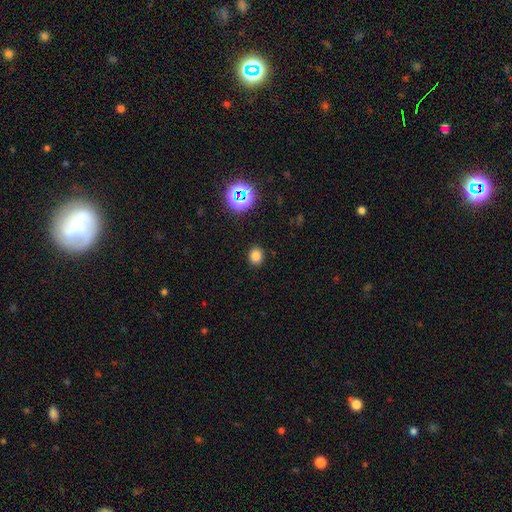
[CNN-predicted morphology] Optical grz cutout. It shows a smooth galaxy with no disk features (78%) that is round (70%). Merging: none (89%).